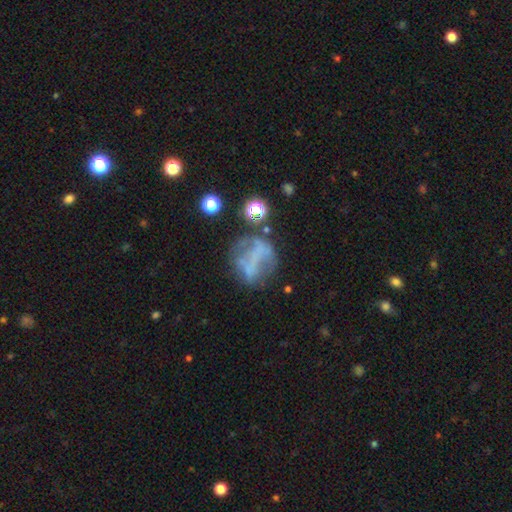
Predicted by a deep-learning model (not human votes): This appears to be a featured or disk galaxy (52%). Merging: none (47%).